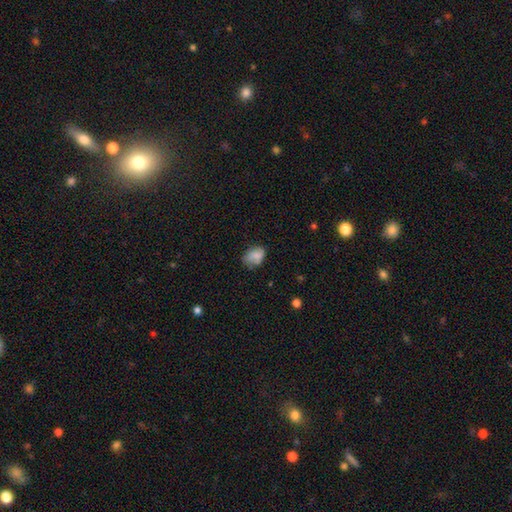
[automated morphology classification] Q: Smooth or featured?
A: smooth (77%); runner-up: featured or disk (14%)
Q: How rounded?
A: in between (77%); runner-up: round (22%)
Q: Merging?
A: none (55%); runner-up: minor disturbance (31%)